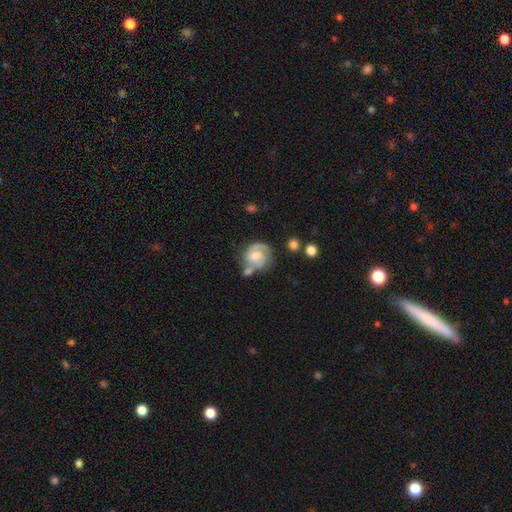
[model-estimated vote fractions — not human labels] This appears to be a featured or disk galaxy (75%) with no bar (54%), 2 (70%) tight (49%) spiral arms (94%) and a moderate central bulge (52%). Merging: none (49%).